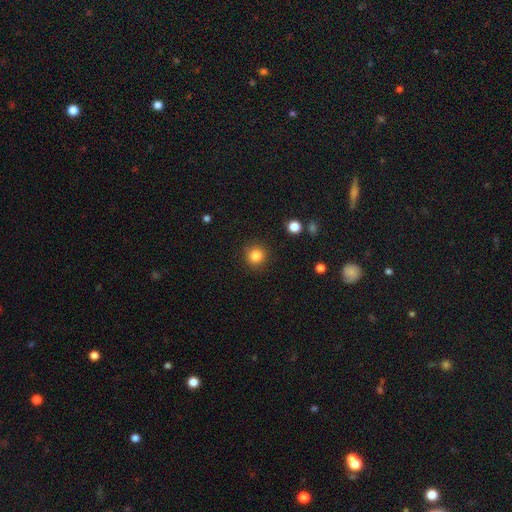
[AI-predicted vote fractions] smooth-or-featured: smooth: 84% | star or artifact: 11% | featured or disk: 5%
  how-rounded: round: 94% | in between: 6% | cigar-shaped: 1%
  merging: none: 90% | minor disturbance: 6% | major disturbance: 2% | merger: 1%